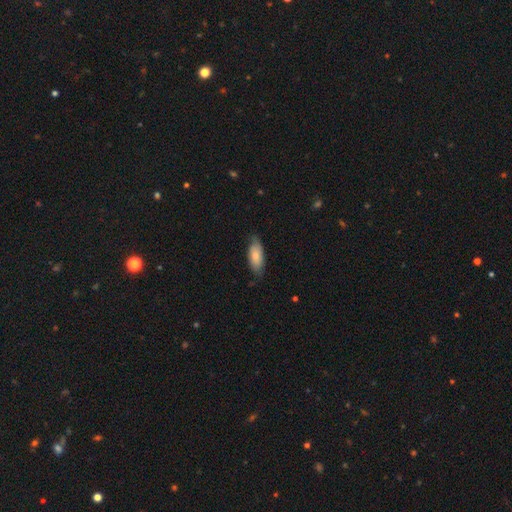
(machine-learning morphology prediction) Smooth or featured: smooth — 75% (featured or disk — 20%)
How rounded: in between — 84% (cigar-shaped — 14%)
Merging: none — 72% (minor disturbance — 23%)